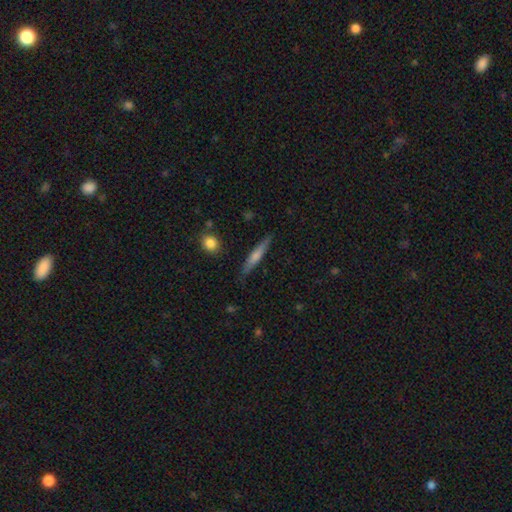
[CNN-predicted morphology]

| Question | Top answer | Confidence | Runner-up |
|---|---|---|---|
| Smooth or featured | smooth | 52% | featured or disk (42%) |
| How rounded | cigar-shaped | 92% | in between (6%) |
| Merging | none | 85% | minor disturbance (11%) |